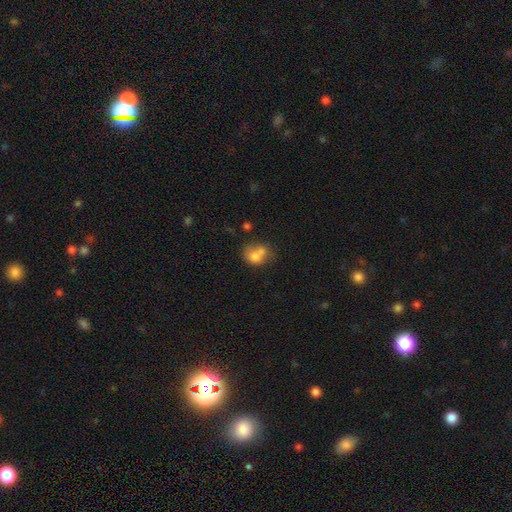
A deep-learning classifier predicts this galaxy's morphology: smooth_or_featured: smooth (p=0.72) [alt: featured or disk p=0.18]
how_rounded: round (p=0.59) [alt: in between p=0.40]
merging: merger (p=0.50) [alt: none p=0.30]